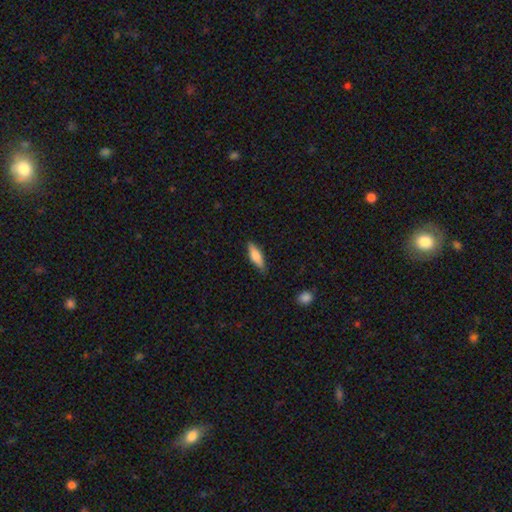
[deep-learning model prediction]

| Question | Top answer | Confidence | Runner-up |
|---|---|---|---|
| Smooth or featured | smooth | 72% | featured or disk (22%) |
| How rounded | cigar-shaped | 49% | tied: in between (49%) |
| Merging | none | 84% | minor disturbance (12%) |